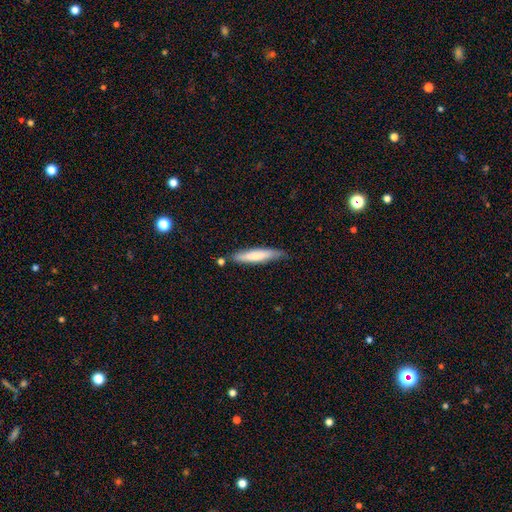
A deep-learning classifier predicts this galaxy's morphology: smooth-or-featured: smooth: 73% | featured or disk: 22% | star or artifact: 5%
  how-rounded: cigar-shaped: 87% | in between: 11% | round: 1%
  merging: none: 75% | minor disturbance: 18% | merger: 4% | major disturbance: 3%